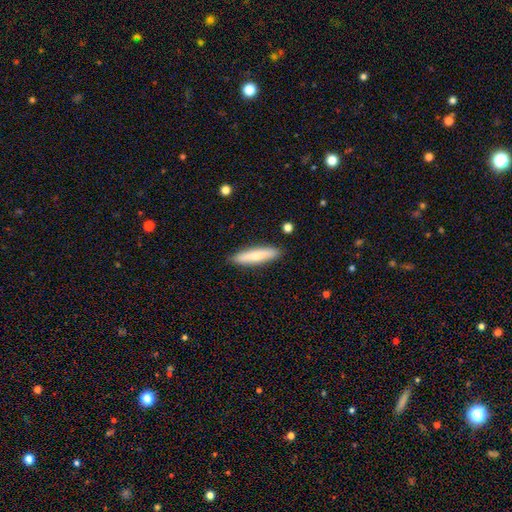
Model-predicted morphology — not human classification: Overall: smooth (71%). How rounded: cigar-shaped (81%). Merging: none (88%).